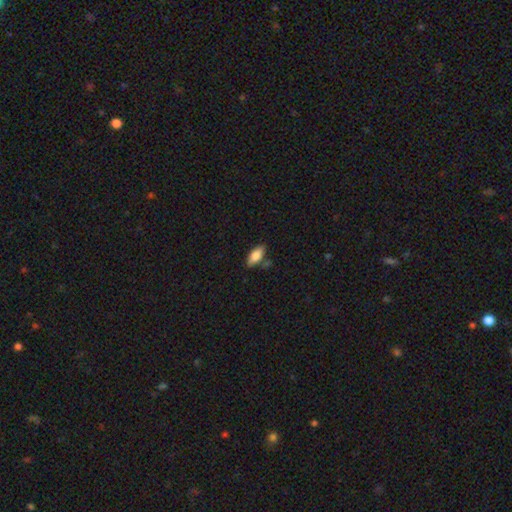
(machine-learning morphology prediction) type=smooth (81%); roundness=in between (85%); merging=none (75%).